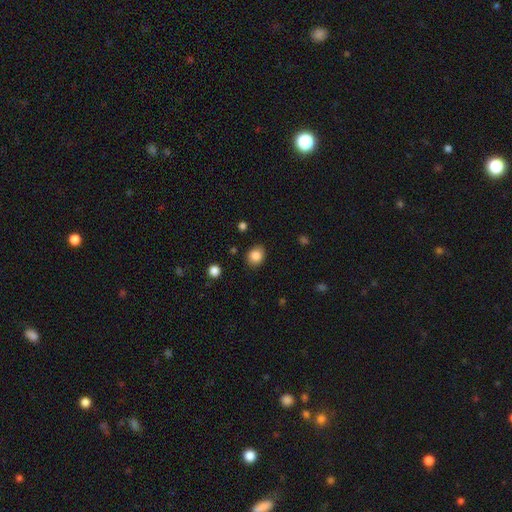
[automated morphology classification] Smooth or featured: smooth — 85% (star or artifact — 10%)
How rounded: round — 66% (in between — 34%)
Merging: none — 87% (minor disturbance — 9%)